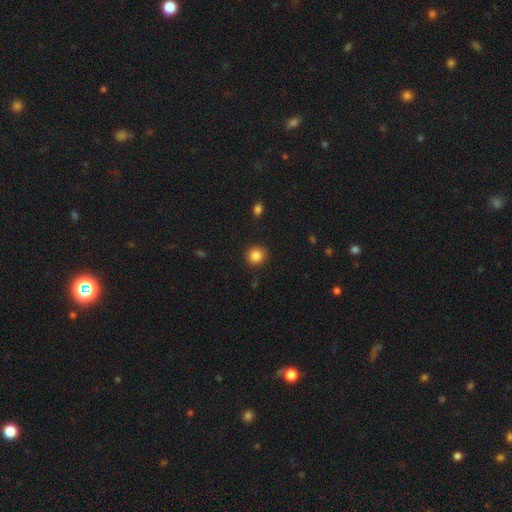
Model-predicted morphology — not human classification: smooth-or-featured: smooth: 85% | star or artifact: 10% | featured or disk: 5%
  how-rounded: round: 92% | in between: 7% | cigar-shaped: 1%
  merging: none: 91% | minor disturbance: 6% | major disturbance: 2% | merger: 1%